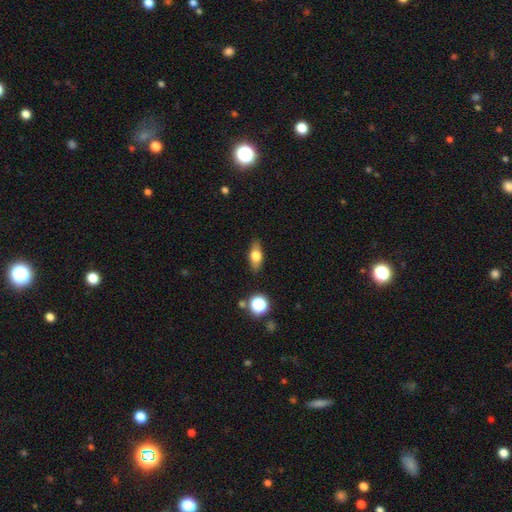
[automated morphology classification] Q: Smooth or featured?
A: smooth (66%); runner-up: featured or disk (25%)
Q: How rounded?
A: in between (73%); runner-up: cigar-shaped (18%)
Q: Merging?
A: none (86%); runner-up: minor disturbance (10%)